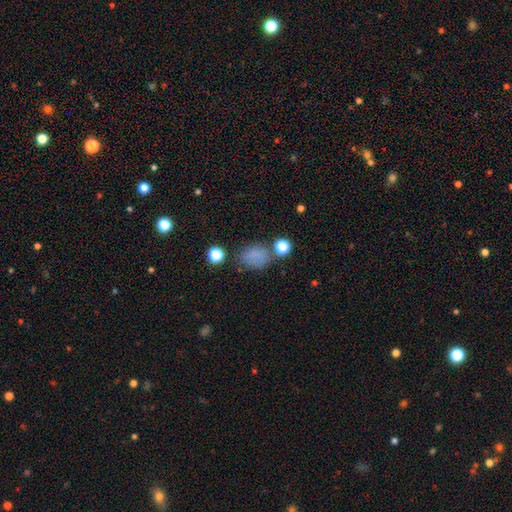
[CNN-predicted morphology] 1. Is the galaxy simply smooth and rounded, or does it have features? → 76% smooth, 16% star or artifact, 8% featured or disk.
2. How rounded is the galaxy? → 64% in between, 35% round, 1% cigar-shaped.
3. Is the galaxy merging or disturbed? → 66% none, 19% minor disturbance, 8% major disturbance, 7% merger.